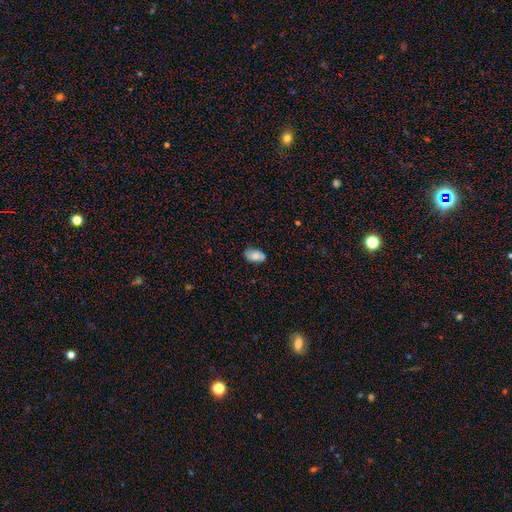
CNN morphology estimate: type=smooth (78%); roundness=in between (92%); merging=none (75%).